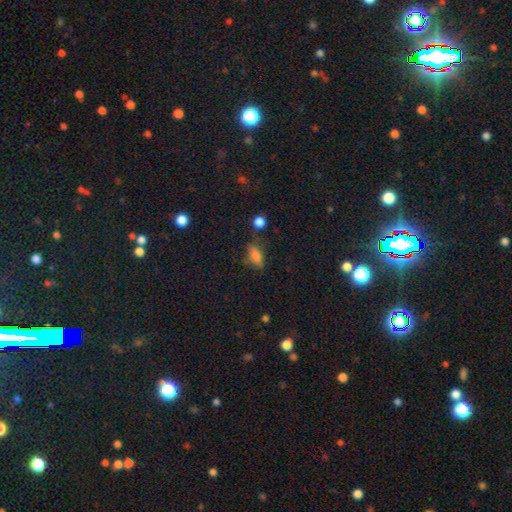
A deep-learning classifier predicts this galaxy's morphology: smooth-or-featured: smooth: 73% | star or artifact: 17% | featured or disk: 10%
  how-rounded: in between: 81% | cigar-shaped: 10% | round: 9%
  merging: none: 62% | minor disturbance: 24% | major disturbance: 9% | merger: 5%